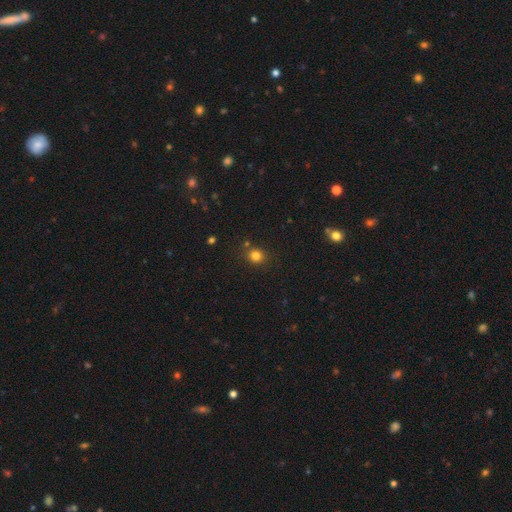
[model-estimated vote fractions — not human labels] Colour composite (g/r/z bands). It shows a smooth galaxy with no disk features (80%) that is round (81%). Merging: none (81%).